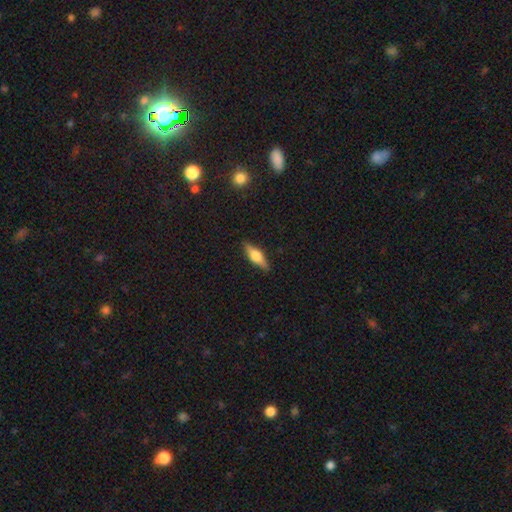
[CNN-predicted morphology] smooth 47%, featured or disk 46%, star or artifact 7%. Down the decision tree: merging — none (88%).